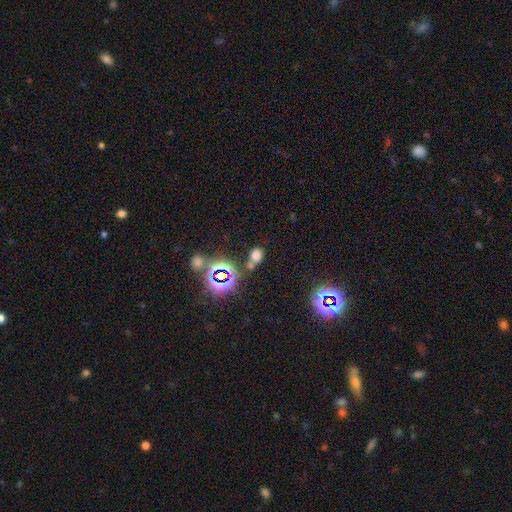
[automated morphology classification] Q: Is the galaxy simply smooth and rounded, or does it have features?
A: smooth — 60%.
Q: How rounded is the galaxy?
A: in between — 53%.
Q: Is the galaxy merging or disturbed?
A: none — 60%.